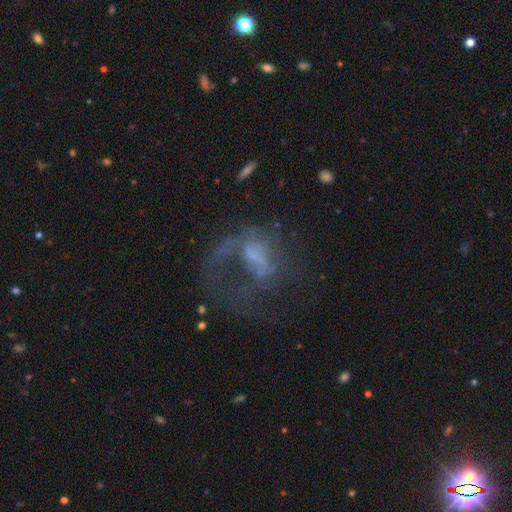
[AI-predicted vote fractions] Smooth or featured?
  - featured or disk: 61% *
  - smooth: 22%
  - star or artifact: 17%
Edge-on disk?
  - no: 97% *
  - yes: 3%
Bar?
  - no: 61% *
  - weak: 30%
  - strong: 9%
Spiral arms?
  - no: 60% *
  - yes: 40%
Bulge size?
  - none: 44% *
  - small: 31%
  - moderate: 18%
  - large: 4%
  - dominant: 2%
Merging?
  - major disturbance: 56% *
  - none: 27%
  - minor disturbance: 12%
  - merger: 5%